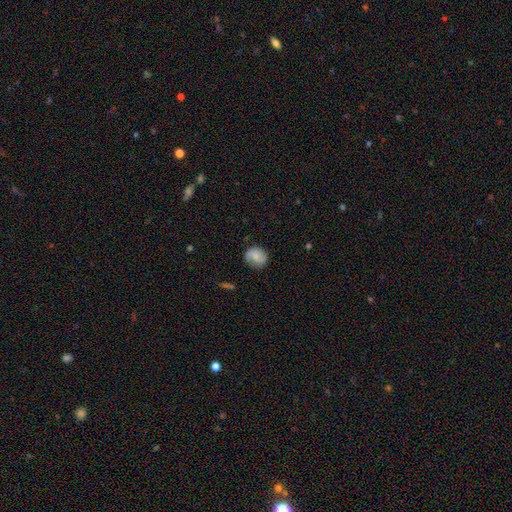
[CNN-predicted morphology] Smooth or featured?
  - smooth: 50% *
  - featured or disk: 42%
  - star or artifact: 8%
How rounded?
  - round: 76% *
  - in between: 23%
  - cigar-shaped: 1%
Merging?
  - none: 75% *
  - minor disturbance: 18%
  - major disturbance: 5%
  - merger: 1%